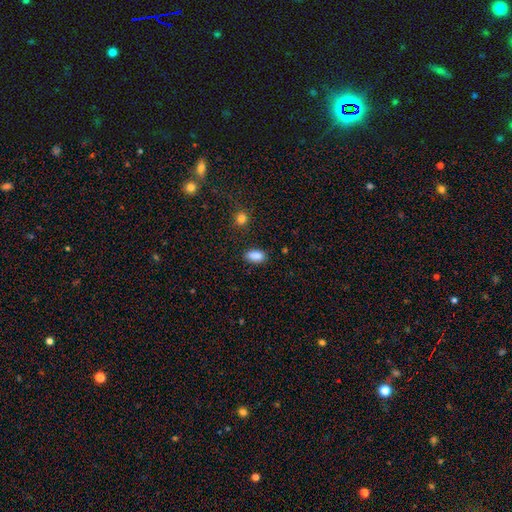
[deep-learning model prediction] smooth_or_featured: smooth (p=0.87) [alt: star or artifact p=0.09]
how_rounded: in between (p=0.91) [alt: round p=0.05]
merging: none (p=0.81) [alt: minor disturbance p=0.14]